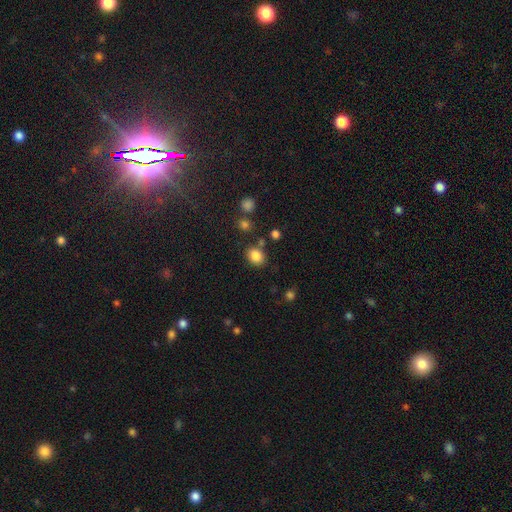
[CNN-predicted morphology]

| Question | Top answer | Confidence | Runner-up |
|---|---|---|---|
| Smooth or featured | smooth | 84% | star or artifact (11%) |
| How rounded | round | 53% | in between (46%) |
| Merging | none | 77% | minor disturbance (12%) |